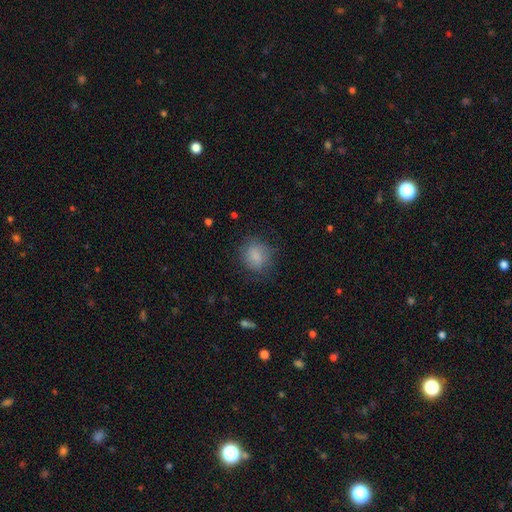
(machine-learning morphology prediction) type=smooth (84%); roundness=round (74%); merging=none (78%).